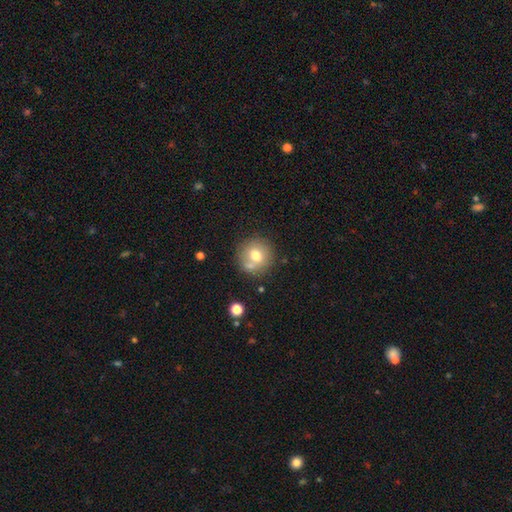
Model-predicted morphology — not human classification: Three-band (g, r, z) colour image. It shows a smooth galaxy with no disk features (71%) that is round (91%). Merging: none (68%).